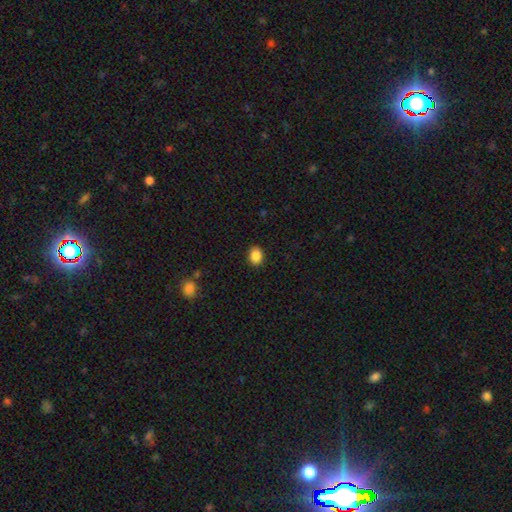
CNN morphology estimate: type=smooth (87%); roundness=in between (59%); merging=none (89%).